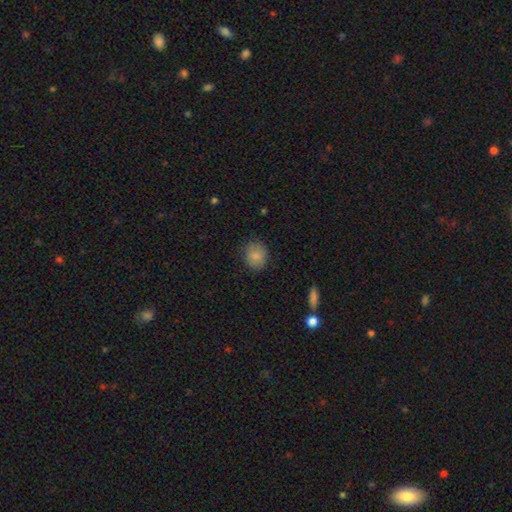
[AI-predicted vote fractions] This appears to be a smooth galaxy with no disk features (85%) that is round (70%). Merging: none (81%).